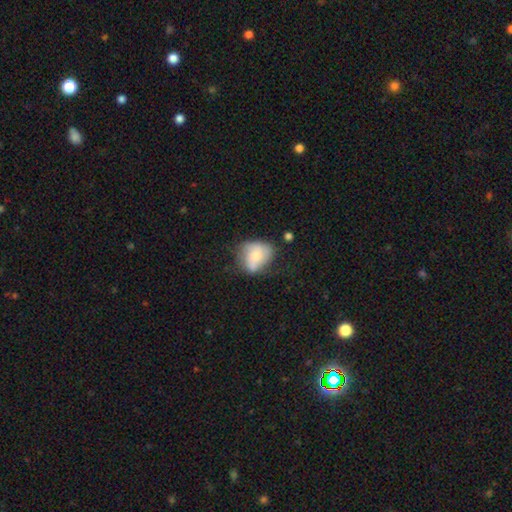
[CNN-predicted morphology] Smooth or featured? smooth (56%)
How rounded? round (50%)
Merging? none (45%)